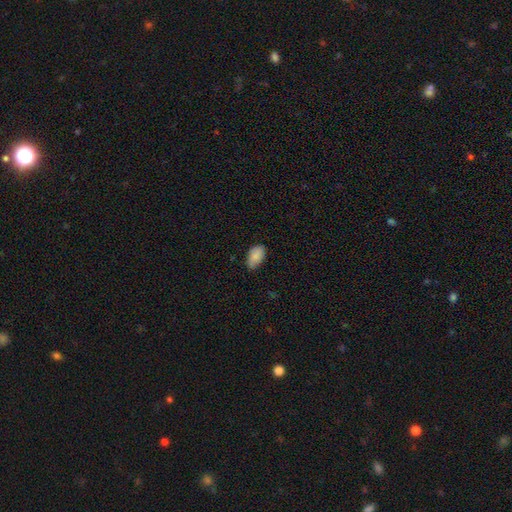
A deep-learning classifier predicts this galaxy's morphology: Smooth or featured: smooth — 86% (star or artifact — 7%)
How rounded: in between — 94% (round — 4%)
Merging: none — 79% (minor disturbance — 17%)